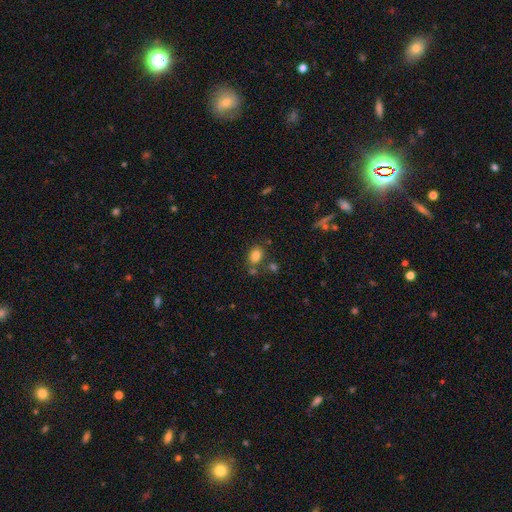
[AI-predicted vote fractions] Q: Smooth or featured?
A: smooth (82%); runner-up: star or artifact (11%)
Q: How rounded?
A: in between (69%); runner-up: round (29%)
Q: Merging?
A: none (69%); runner-up: minor disturbance (14%)